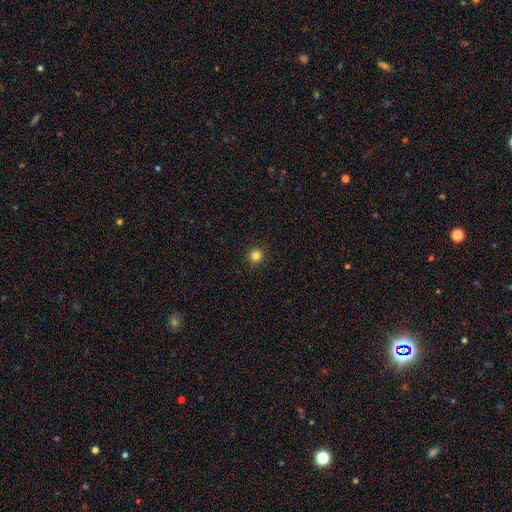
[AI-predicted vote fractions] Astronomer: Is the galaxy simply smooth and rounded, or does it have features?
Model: smooth — 82%.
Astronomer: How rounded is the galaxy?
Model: round — 95%.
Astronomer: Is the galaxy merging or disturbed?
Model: none — 94%.